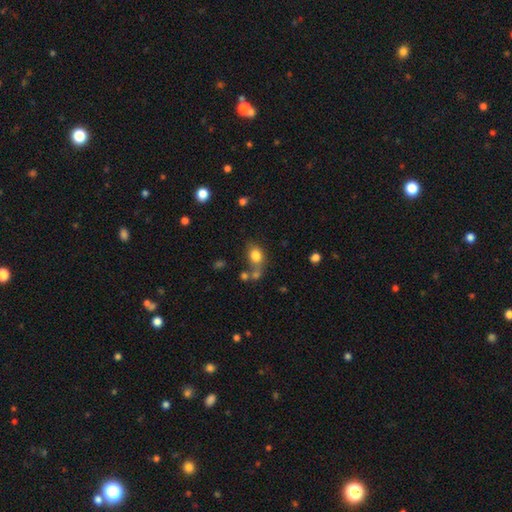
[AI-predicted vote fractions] This is clearly a smooth galaxy (81%). How rounded: possibly in between (52%). Merging: possibly none (53%).